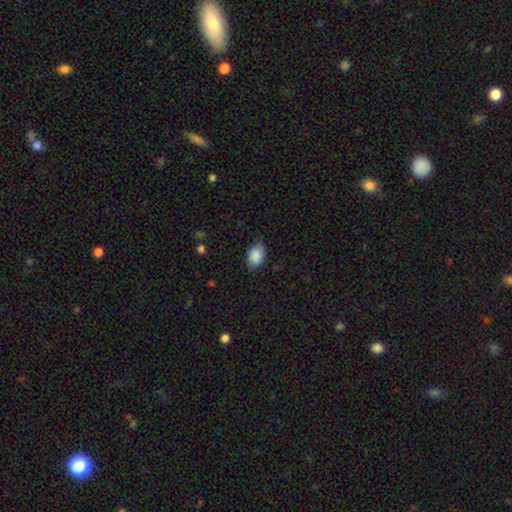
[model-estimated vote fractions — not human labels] Smooth or featured: smooth — 87% (star or artifact — 7%)
How rounded: in between — 83% (round — 16%)
Merging: none — 75% (minor disturbance — 20%)